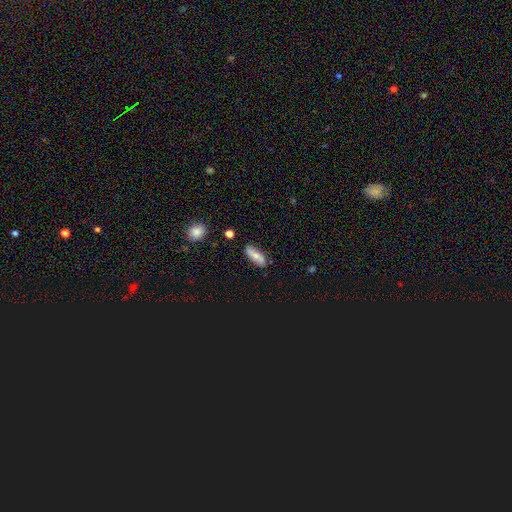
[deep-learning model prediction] Smooth or featured? Predicted: smooth (p=0.61). How rounded? Predicted: in between (p=0.67). Merging? Predicted: none (p=0.82).